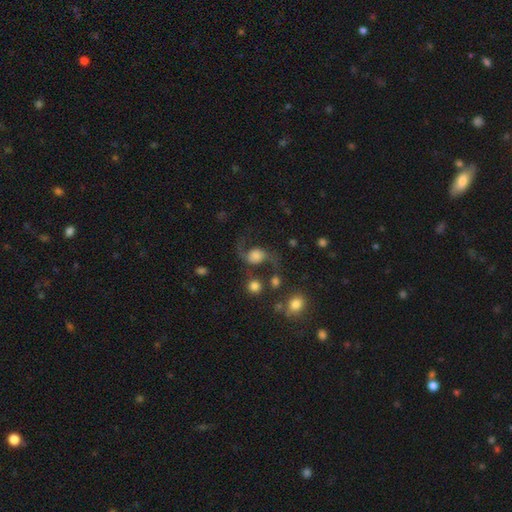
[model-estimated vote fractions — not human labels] This is likely a featured or disk galaxy (72%). It is clearly not viewed edge-on (97%). Bar: likely no (66%). Spiral arm pattern: clearly yes (95%). Spiral arm count: clearly 2 (92%). Spiral winding: clearly loose (82%). Central bulge: marginally large (37%). Merging: likely none (63%).